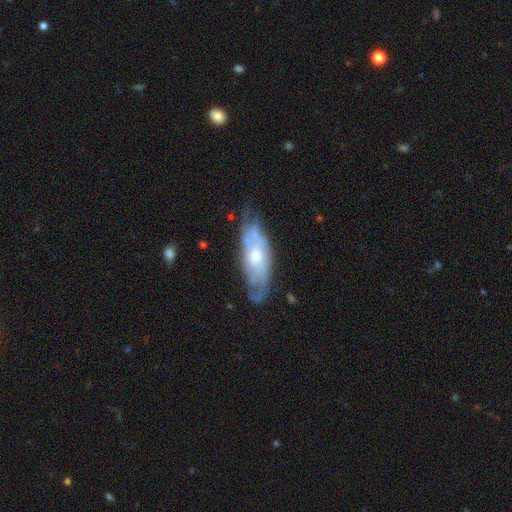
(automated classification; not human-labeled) Overall: featured or disk (68%). Edge-on disk: no (80%). Bar: no (74%). Spiral arms: yes (70%). Bulge size: moderate (56%; small 38%). Merging: none (60%; minor disturbance 27%).